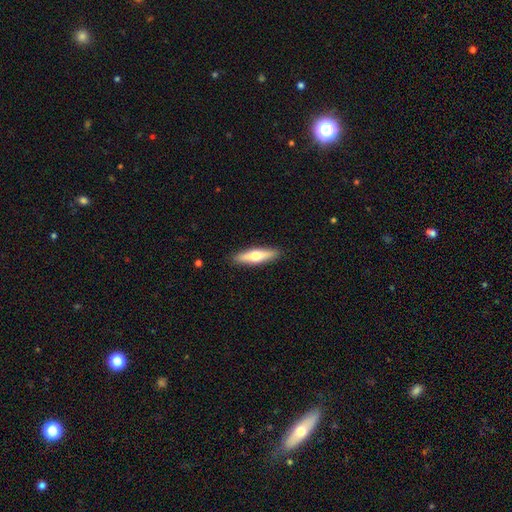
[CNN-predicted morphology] Smooth or featured? Predicted: smooth (p=0.49). Merging? Predicted: none (p=0.90).